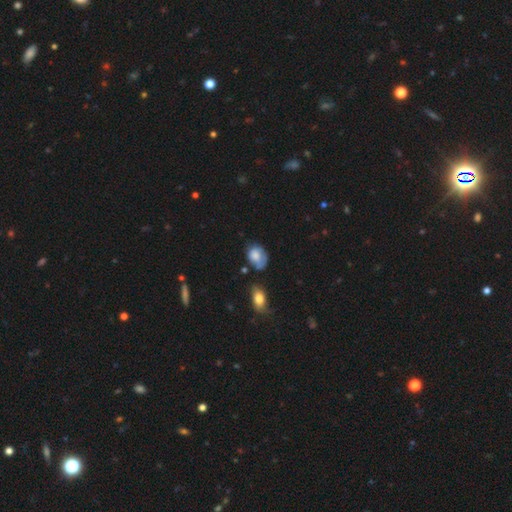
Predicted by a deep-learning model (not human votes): Smooth or featured: smooth — 74% (featured or disk — 18%)
How rounded: in between — 67% (round — 32%)
Merging: none — 38% (minor disturbance — 36%)